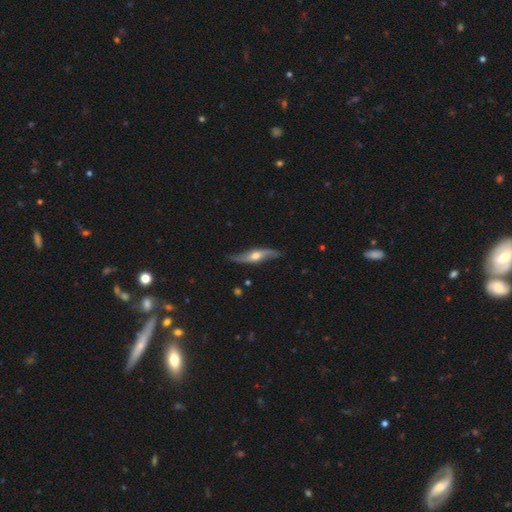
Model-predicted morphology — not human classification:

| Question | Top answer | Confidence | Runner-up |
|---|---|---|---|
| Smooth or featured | featured or disk | 71% | smooth (25%) |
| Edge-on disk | yes | 54% | no (46%) |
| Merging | none | 75% | minor disturbance (19%) |